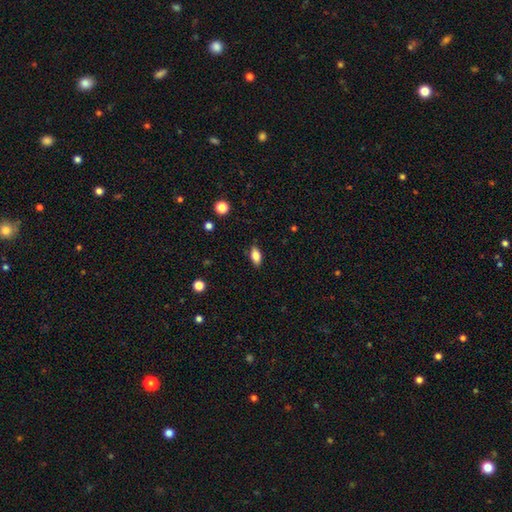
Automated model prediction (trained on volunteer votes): Smooth or featured? Predicted: smooth (p=0.80). How rounded? Predicted: in between (p=0.87). Merging? Predicted: none (p=0.85).